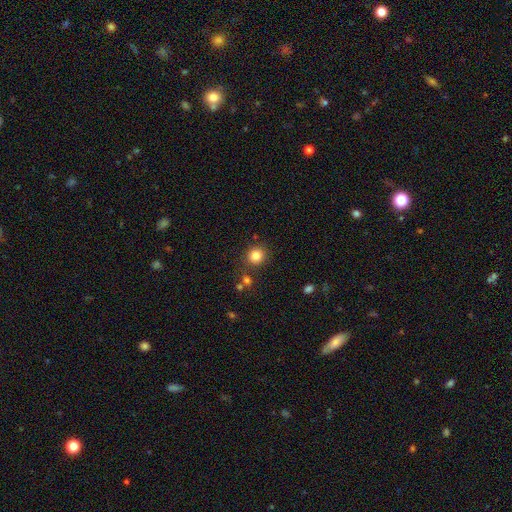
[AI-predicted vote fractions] Smooth or featured: smooth — 83% (star or artifact — 12%)
How rounded: round — 87% (in between — 12%)
Merging: none — 83% (minor disturbance — 9%)